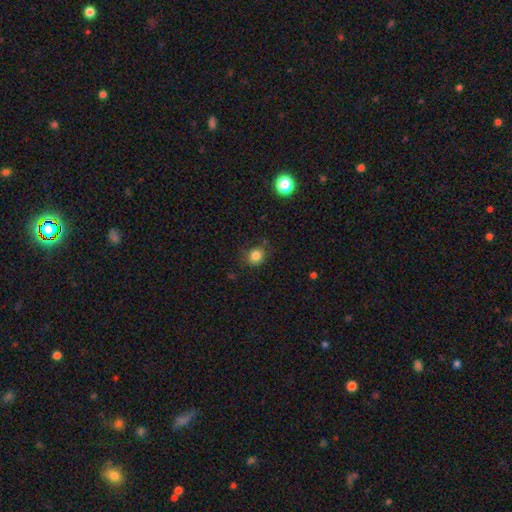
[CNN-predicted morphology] smooth_or_featured: smooth (p=0.83) [alt: star or artifact p=0.12]
how_rounded: round (p=0.79) [alt: in between p=0.20]
merging: none (p=0.76) [alt: minor disturbance p=0.17]